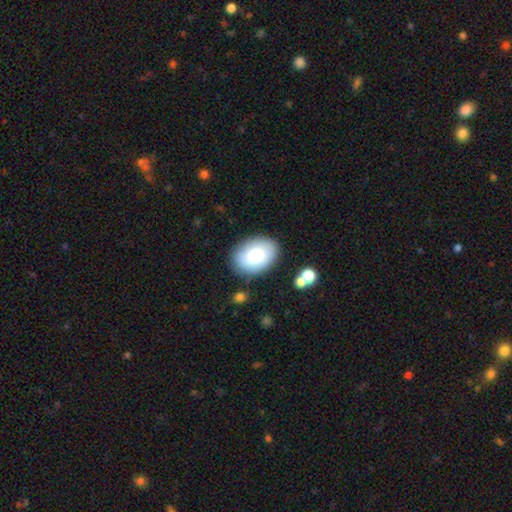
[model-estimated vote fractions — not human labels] Smooth or featured?
  - smooth: 78% *
  - featured or disk: 16%
  - star or artifact: 7%
How rounded?
  - in between: 81% *
  - round: 18%
  - cigar-shaped: 1%
Merging?
  - none: 82% *
  - minor disturbance: 12%
  - major disturbance: 3%
  - merger: 2%